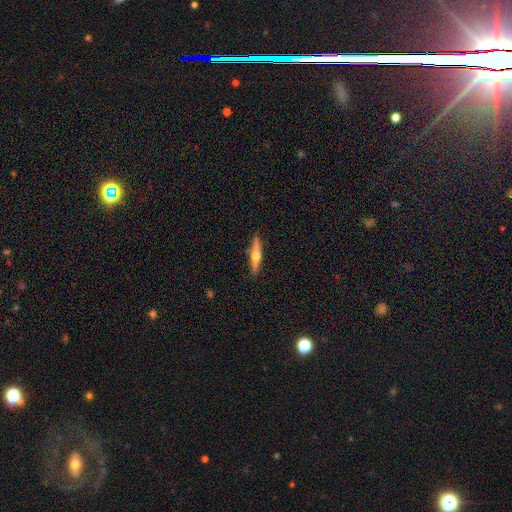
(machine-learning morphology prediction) smooth_or_featured: featured or disk (p=0.63) [alt: smooth p=0.31]
disk_edge_on: yes (p=0.97) [alt: no p=0.03]
edge_on_bulge: rounded (p=0.94) [alt: none p=0.03]
merging: none (p=0.89) [alt: minor disturbance p=0.08]